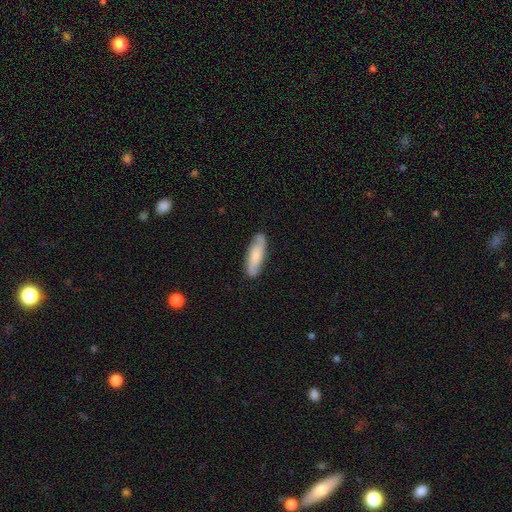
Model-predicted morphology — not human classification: Smooth or featured? smooth (54%)
How rounded? cigar-shaped (52%)
Merging? none (84%)